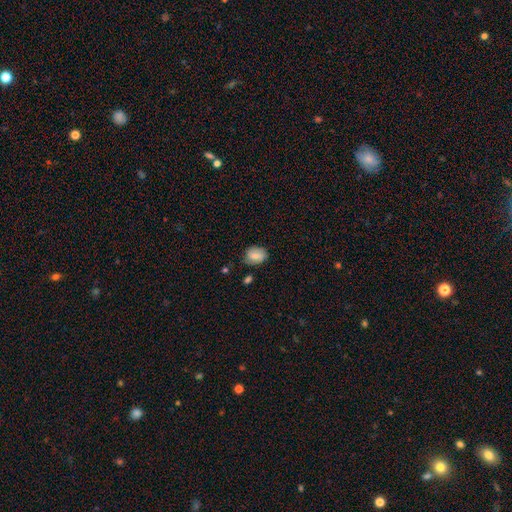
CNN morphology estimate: This is likely a smooth galaxy (71%). How rounded: possibly in between (56%). Merging: likely none (72%).